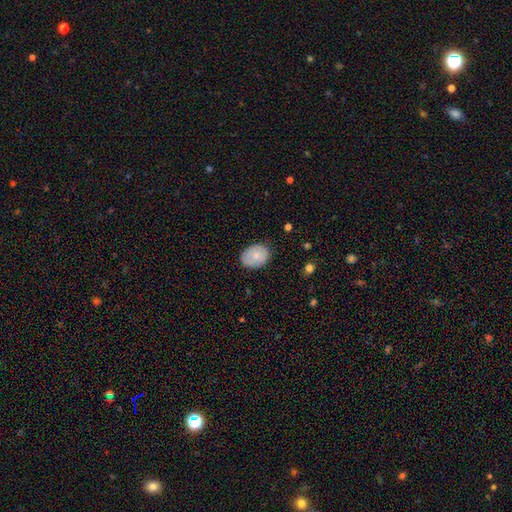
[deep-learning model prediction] smooth-or-featured: smooth: 77% | featured or disk: 16% | star or artifact: 7%
  how-rounded: in between: 67% | round: 32% | cigar-shaped: 1%
  merging: none: 81% | minor disturbance: 15% | major disturbance: 3% | merger: 1%